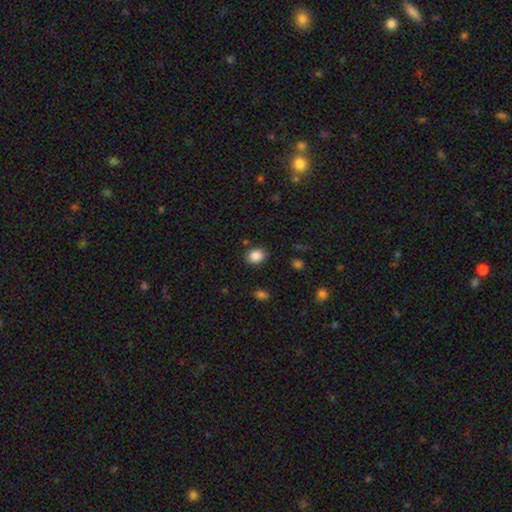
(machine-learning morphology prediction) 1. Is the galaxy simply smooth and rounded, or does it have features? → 87% smooth, 9% star or artifact, 4% featured or disk.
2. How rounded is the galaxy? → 56% in between, 43% round, 1% cigar-shaped.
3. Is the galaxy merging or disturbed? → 84% none, 11% minor disturbance, 3% major disturbance, 2% merger.